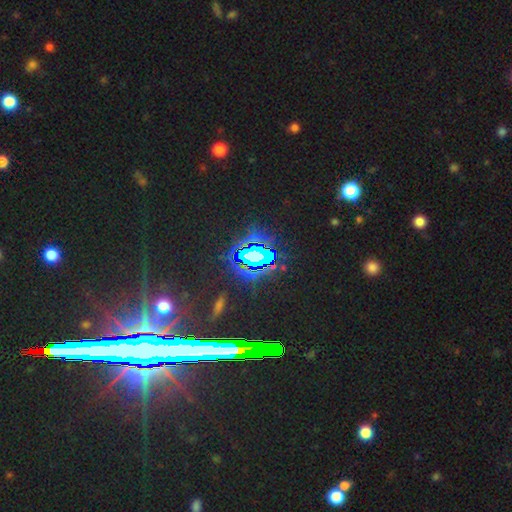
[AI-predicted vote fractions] Smooth or featured?
  - star or artifact: 82% *
  - featured or disk: 10%
  - smooth: 9%